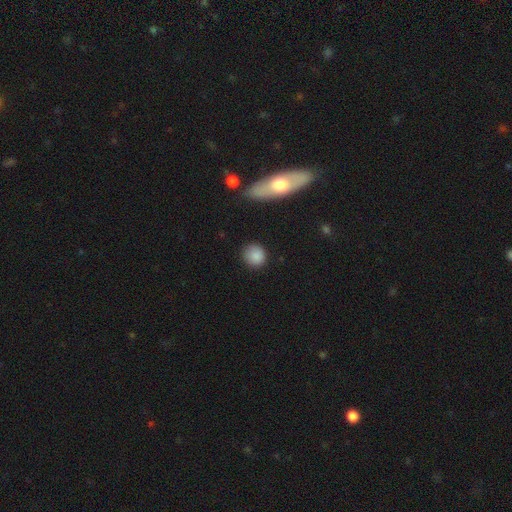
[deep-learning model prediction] A smooth galaxy with no disk features (86%) that is round (88%).

Vote fractions:
- Smooth or featured? smooth: 86% / star or artifact: 9% / featured or disk: 5%
- How rounded? round: 88% / in between: 11% / cigar-shaped: 1%
- Merging? none: 84% / minor disturbance: 11% / major disturbance: 3% / merger: 2%